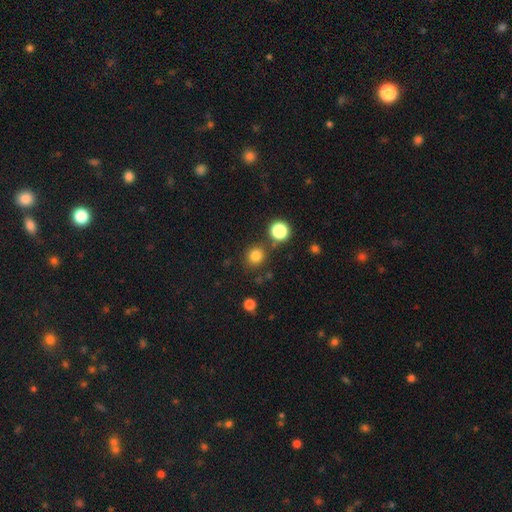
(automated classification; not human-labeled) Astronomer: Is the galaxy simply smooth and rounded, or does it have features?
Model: smooth — 81%.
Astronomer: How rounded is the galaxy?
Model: round — 88%.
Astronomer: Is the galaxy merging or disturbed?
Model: none — 81%.